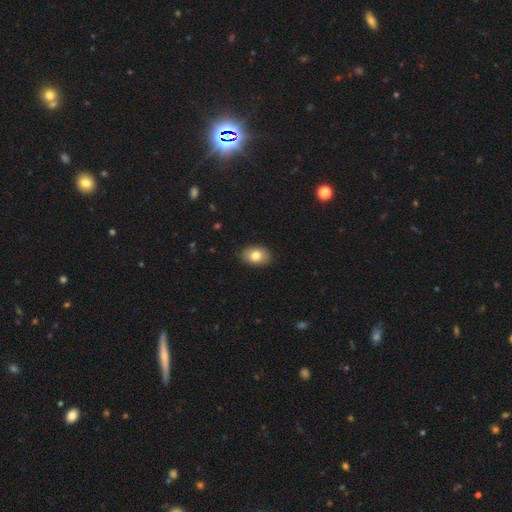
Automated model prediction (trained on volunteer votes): Smooth or featured?
  - smooth: 80% *
  - featured or disk: 12%
  - star or artifact: 8%
How rounded?
  - in between: 82% *
  - round: 17%
  - cigar-shaped: 1%
Merging?
  - none: 88% *
  - minor disturbance: 9%
  - major disturbance: 2%
  - merger: 1%